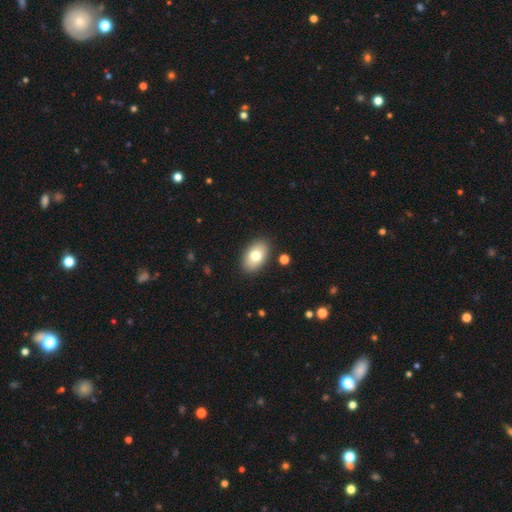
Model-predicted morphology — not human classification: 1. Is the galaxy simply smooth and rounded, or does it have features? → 77% smooth, 16% featured or disk, 7% star or artifact.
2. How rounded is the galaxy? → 91% in between, 8% round, 1% cigar-shaped.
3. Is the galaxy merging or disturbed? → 88% none, 8% minor disturbance, 2% major disturbance, 2% merger.